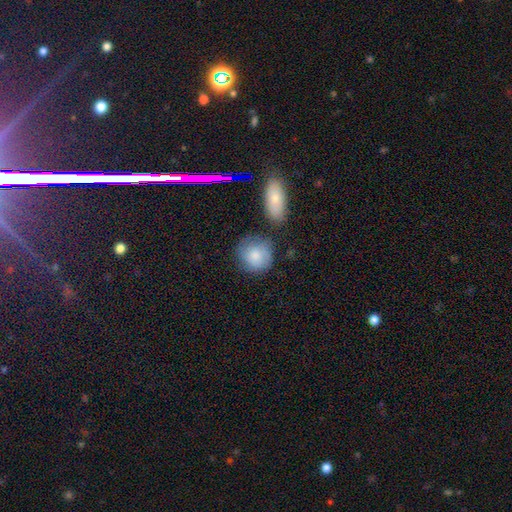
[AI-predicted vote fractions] Smooth or featured?
  - smooth: 80% *
  - featured or disk: 13%
  - star or artifact: 7%
How rounded?
  - round: 85% *
  - in between: 14%
  - cigar-shaped: 1%
Merging?
  - none: 63% *
  - minor disturbance: 20%
  - merger: 10%
  - major disturbance: 7%